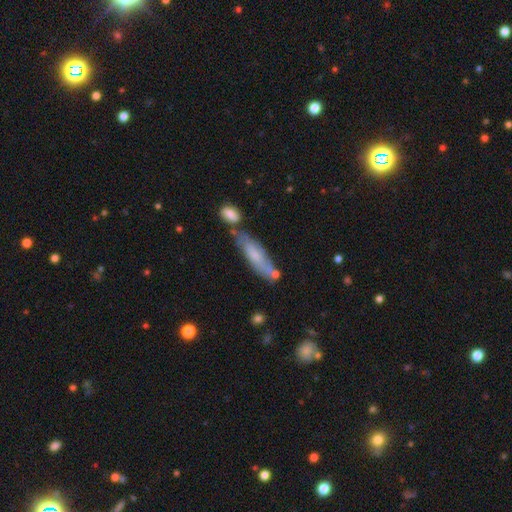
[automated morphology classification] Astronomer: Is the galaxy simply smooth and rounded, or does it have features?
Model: smooth — 56% (runner-up: featured or disk, 37%).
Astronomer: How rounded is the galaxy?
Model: cigar-shaped — 67%.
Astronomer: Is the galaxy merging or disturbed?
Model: none — 57%.